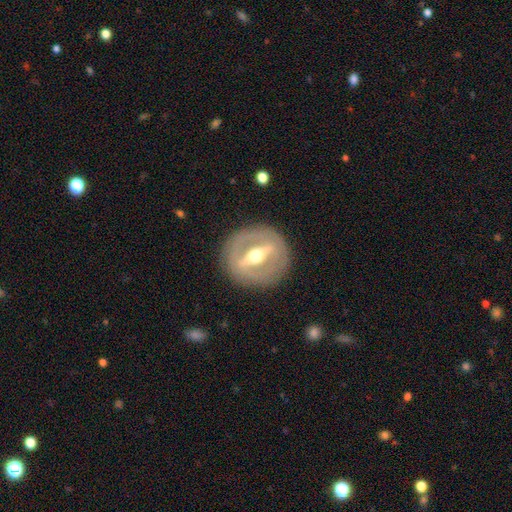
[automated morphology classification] type=featured or disk (80%); edge-on=no (75%); bar=strong (81%); spiral arms=no (78%); bulge=moderate (74%); merging=none (87%).